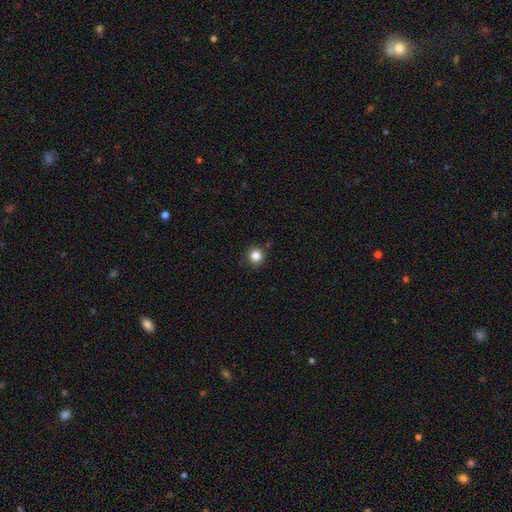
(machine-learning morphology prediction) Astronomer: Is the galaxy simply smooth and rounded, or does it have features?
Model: smooth — 84%.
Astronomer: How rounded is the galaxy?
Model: round — 94%.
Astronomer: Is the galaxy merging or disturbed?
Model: none — 87%.